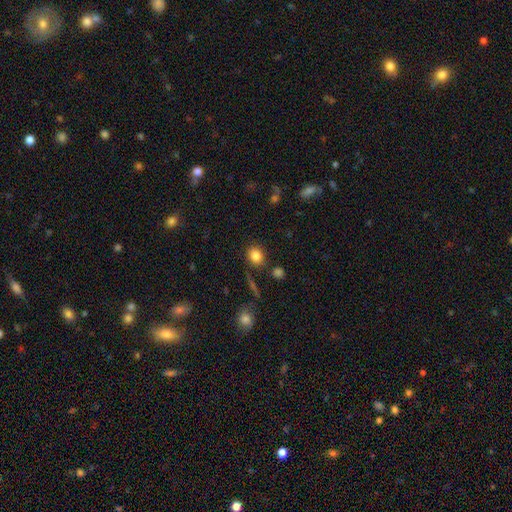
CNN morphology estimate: The model was most divided on "how rounded": round: 63%, in between: 35%, cigar-shaped: 1%. More confident: smooth or featured — smooth (84%); merging — none (82%).